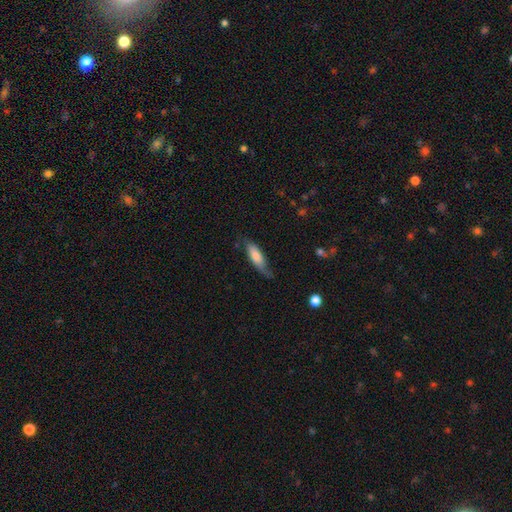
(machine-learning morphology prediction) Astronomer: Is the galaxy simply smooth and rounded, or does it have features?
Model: smooth — 64%.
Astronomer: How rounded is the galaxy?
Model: in between — 54% (runner-up: cigar-shaped, 44%).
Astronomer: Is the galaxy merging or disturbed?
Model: none — 56% (runner-up: minor disturbance, 32%).